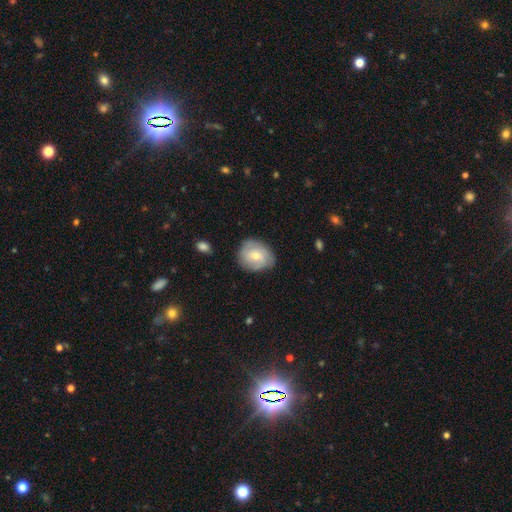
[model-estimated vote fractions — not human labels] This appears to be a smooth galaxy with no disk features (54%) that is round (65%). Merging: none (73%).